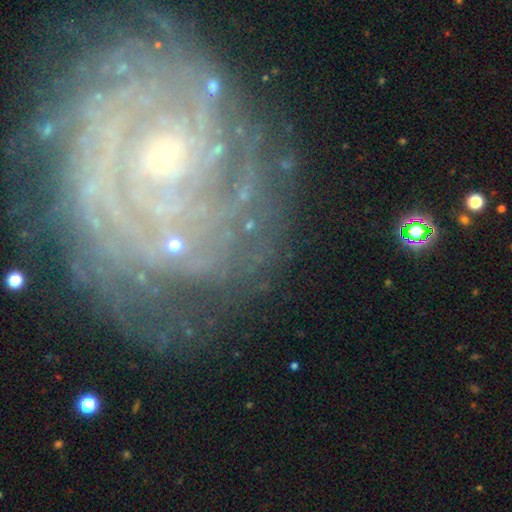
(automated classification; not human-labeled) A featured or disk galaxy (82%) with no bar (74%), tight (78%) spiral arms (95%) and a small central bulge (79%). Merging: none (71%).